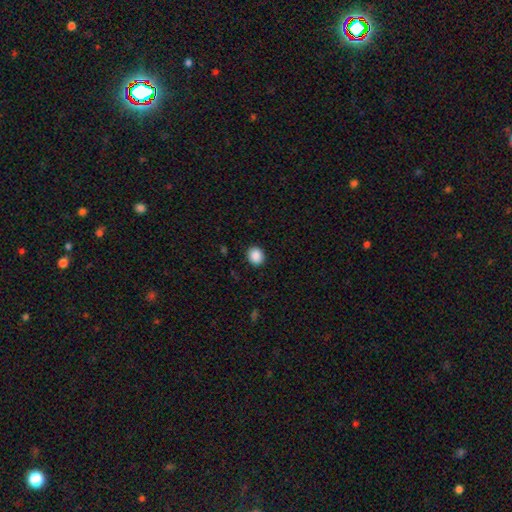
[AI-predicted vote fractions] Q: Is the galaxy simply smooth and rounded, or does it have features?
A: smooth — 89%.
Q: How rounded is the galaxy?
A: round — 75%.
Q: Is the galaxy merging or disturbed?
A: none — 91%.